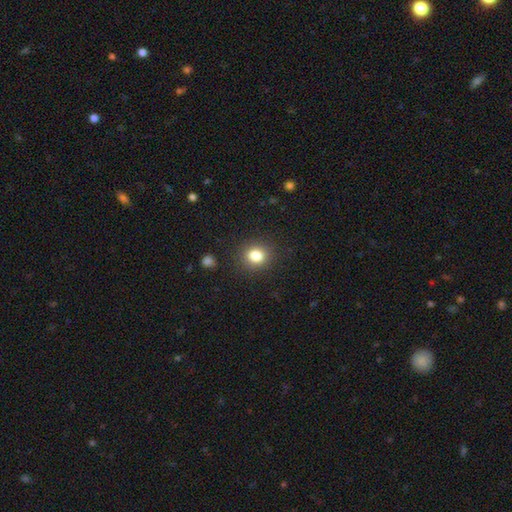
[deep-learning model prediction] Smooth or featured? Predicted: smooth (p=0.82). How rounded? Predicted: round (p=0.75). Merging? Predicted: none (p=0.88).